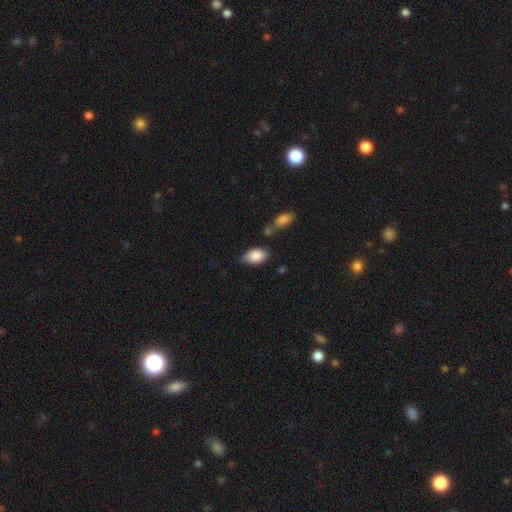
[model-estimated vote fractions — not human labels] Morphology: type=smooth (87%); roundness=in between (93%); merging=none (69%).